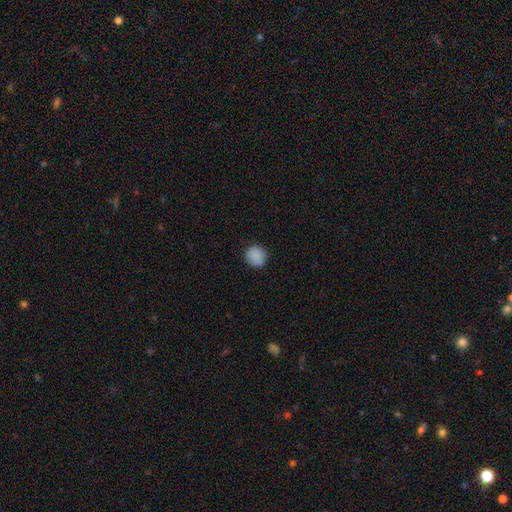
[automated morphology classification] Smooth or featured? Predicted: smooth (p=0.88). How rounded? Predicted: round (p=0.88). Merging? Predicted: none (p=0.88).